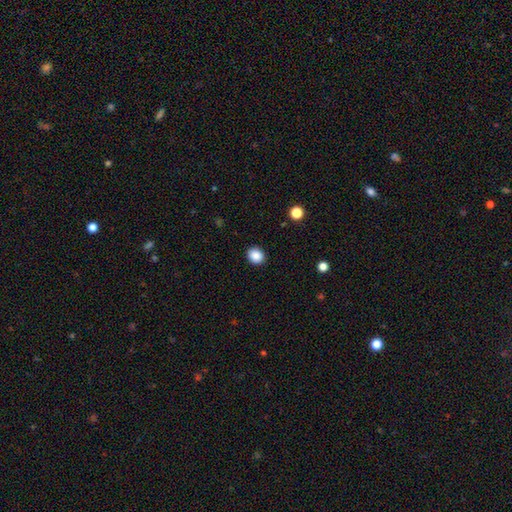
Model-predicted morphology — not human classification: smooth-or-featured: smooth: 88% | star or artifact: 9% | featured or disk: 3%
  how-rounded: round: 65% | in between: 34% | cigar-shaped: 1%
  merging: none: 91% | minor disturbance: 6% | major disturbance: 2% | merger: 1%